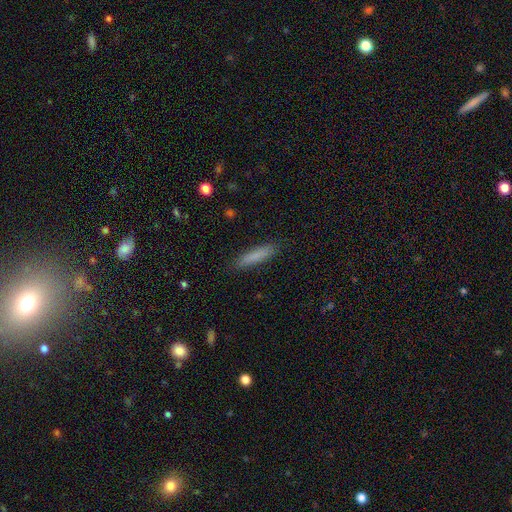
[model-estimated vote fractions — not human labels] Smooth or featured: smooth — 81% (featured or disk — 12%)
How rounded: cigar-shaped — 87% (in between — 11%)
Merging: none — 89% (minor disturbance — 8%)